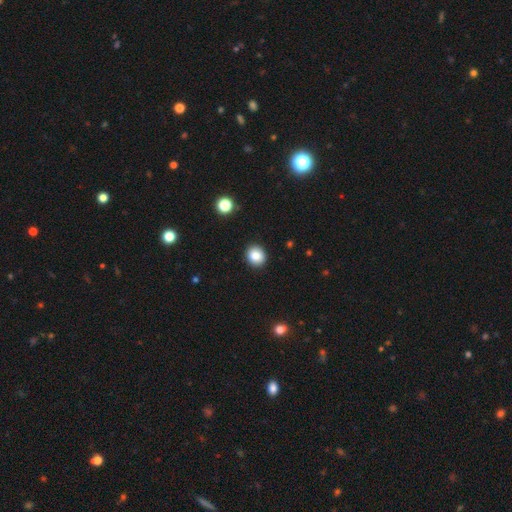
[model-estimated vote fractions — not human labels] A smooth galaxy with no disk features (86%) that is round (79%). Merging: none (91%).